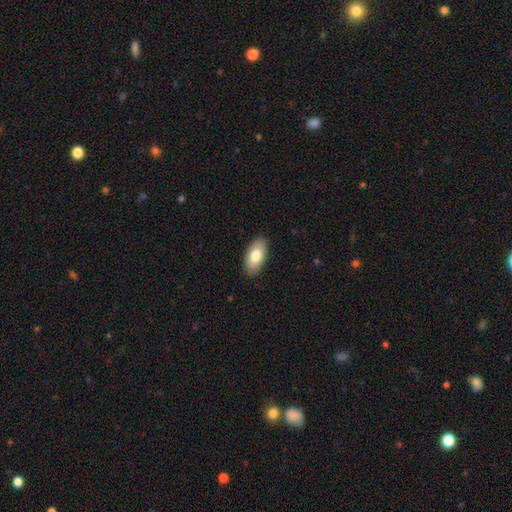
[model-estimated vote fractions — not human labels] smooth_or_featured: smooth (p=0.80) [alt: featured or disk p=0.14]
how_rounded: in between (p=0.93) [alt: cigar-shaped p=0.04]
merging: none (p=0.88) [alt: minor disturbance p=0.09]